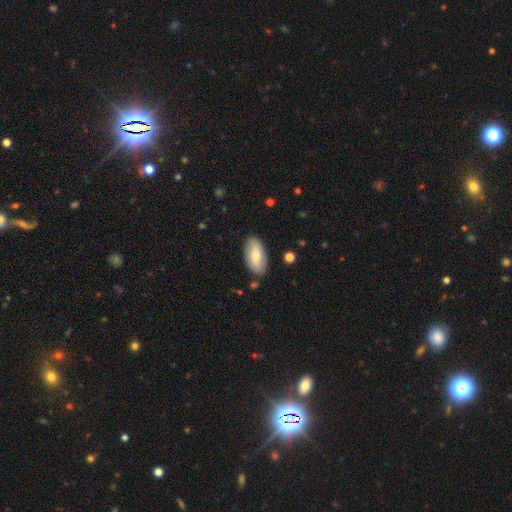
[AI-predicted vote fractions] Smooth or featured?
  - smooth: 70% *
  - featured or disk: 24%
  - star or artifact: 6%
How rounded?
  - in between: 92% *
  - cigar-shaped: 5%
  - round: 3%
Merging?
  - none: 85% *
  - minor disturbance: 11%
  - major disturbance: 2%
  - merger: 2%